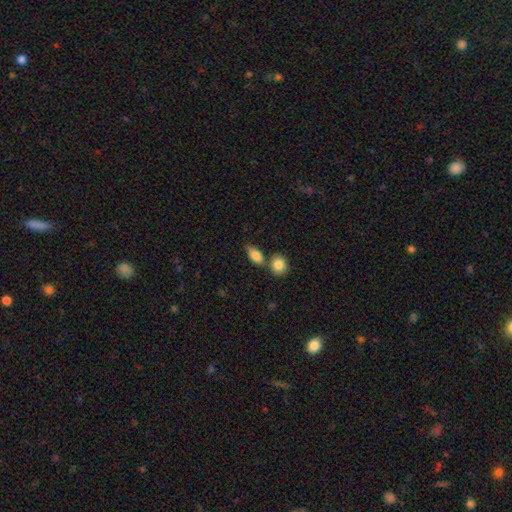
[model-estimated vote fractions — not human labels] smooth-or-featured: smooth: 84% | featured or disk: 9% | star or artifact: 7%
  how-rounded: in between: 84% | round: 10% | cigar-shaped: 7%
  merging: none: 55% | merger: 27% | minor disturbance: 13% | major disturbance: 4%